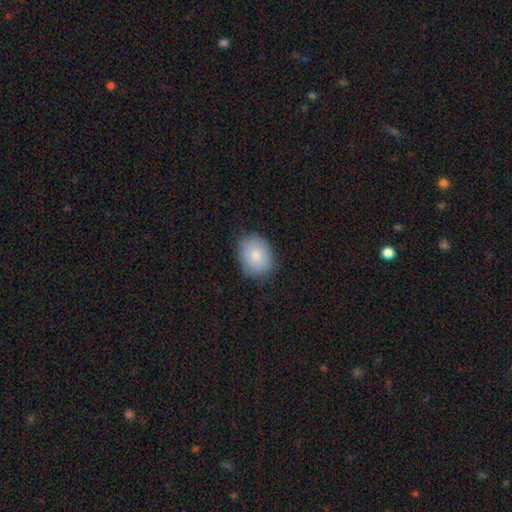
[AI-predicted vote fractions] Q: Smooth or featured?
A: smooth (83%); runner-up: featured or disk (11%)
Q: How rounded?
A: in between (61%); runner-up: round (38%)
Q: Merging?
A: none (79%); runner-up: minor disturbance (16%)